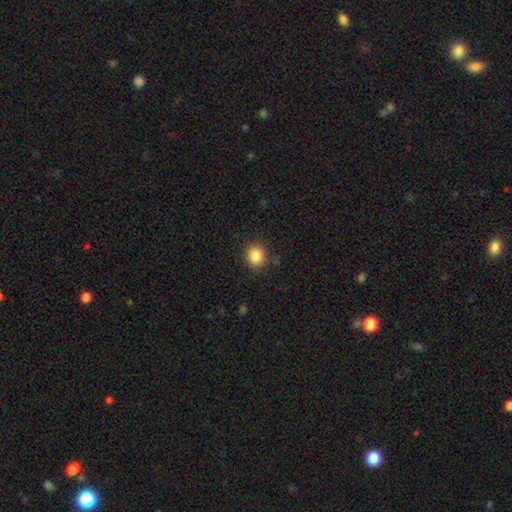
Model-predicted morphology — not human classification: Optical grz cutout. It shows a smooth galaxy with no disk features (85%) that is round (82%). Merging: none (88%).